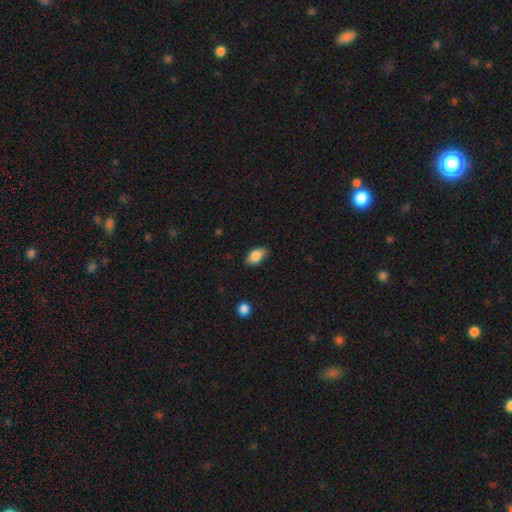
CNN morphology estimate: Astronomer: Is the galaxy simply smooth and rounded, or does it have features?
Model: smooth — 85%.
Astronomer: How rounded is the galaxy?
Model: in between — 91%.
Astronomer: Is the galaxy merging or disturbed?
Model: none — 80%.